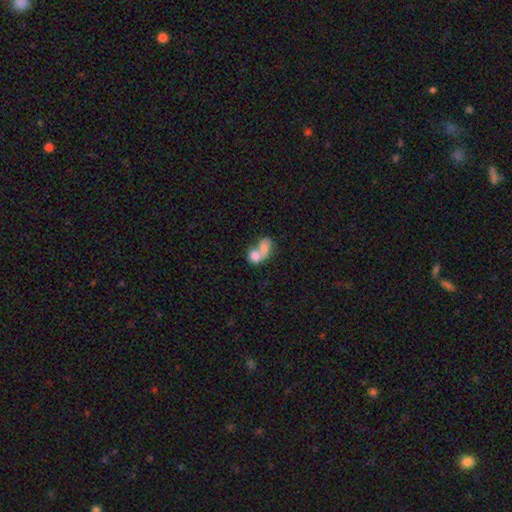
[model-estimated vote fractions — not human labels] smooth_or_featured: smooth (p=0.73) [alt: featured or disk p=0.18]
how_rounded: in between (p=0.64) [alt: round p=0.34]
merging: merger (p=0.77) [alt: none p=0.12]